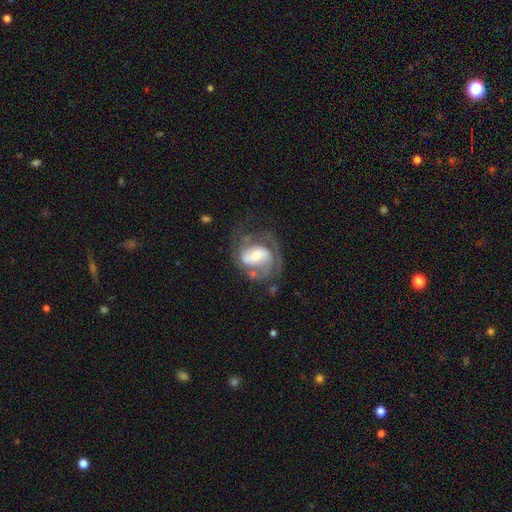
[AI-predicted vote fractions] Smooth or featured: featured or disk — 77% (smooth — 17%)
Edge-on disk: no — 97% (yes — 3%)
Bar: weak — 43% (no — 35%)
Spiral arms: yes — 87% (no — 13%)
Spiral winding: medium — 43% (tight — 38%)
Spiral arm count: 2 — 55% (can't tell — 21%)
Bulge size: moderate — 56% (small — 32%)
Merging: none — 50% (major disturbance — 24%)